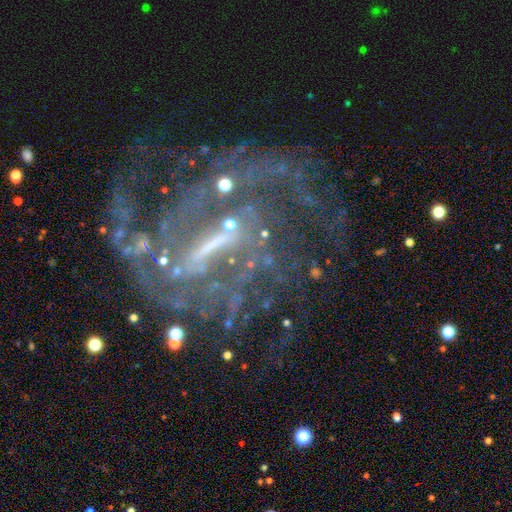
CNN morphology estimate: smooth_or_featured: featured or disk (p=0.83) [alt: star or artifact p=0.12]
disk_edge_on: no (p=0.96) [alt: yes p=0.04]
bar: strong (p=0.46) [alt: weak p=0.38]
has_spiral_arms: yes (p=0.85) [alt: no p=0.15]
spiral_winding: medium (p=0.41) [alt: tight p=0.38]
spiral_arm_count: can't tell (p=0.37) [alt: 2 p=0.22]
bulge_size: none (p=0.40) [alt: small p=0.38]
merging: none (p=0.54) [alt: major disturbance p=0.26]